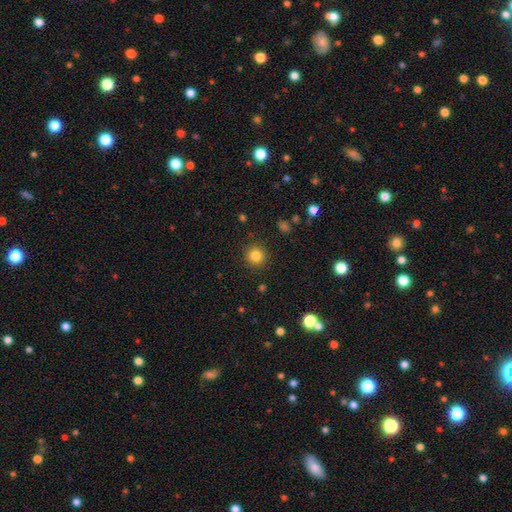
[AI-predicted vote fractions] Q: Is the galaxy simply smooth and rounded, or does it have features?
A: smooth — 84%.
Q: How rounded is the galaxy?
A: round — 93%.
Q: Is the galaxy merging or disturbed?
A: none — 91%.